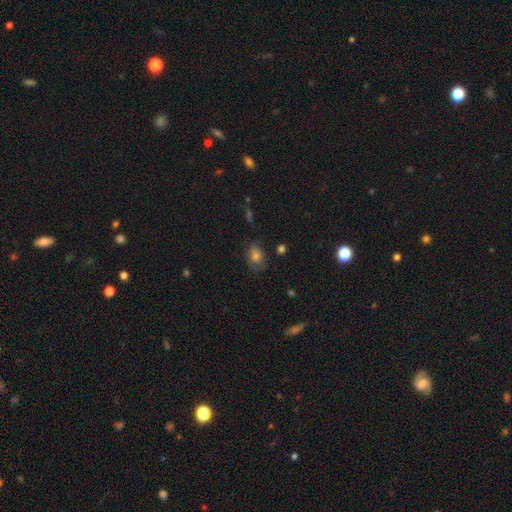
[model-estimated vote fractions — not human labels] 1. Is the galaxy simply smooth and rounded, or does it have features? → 63% smooth, 19% featured or disk, 18% star or artifact.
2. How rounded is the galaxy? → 59% in between, 40% round, 1% cigar-shaped.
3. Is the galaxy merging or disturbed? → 64% none, 24% minor disturbance, 10% major disturbance, 2% merger.